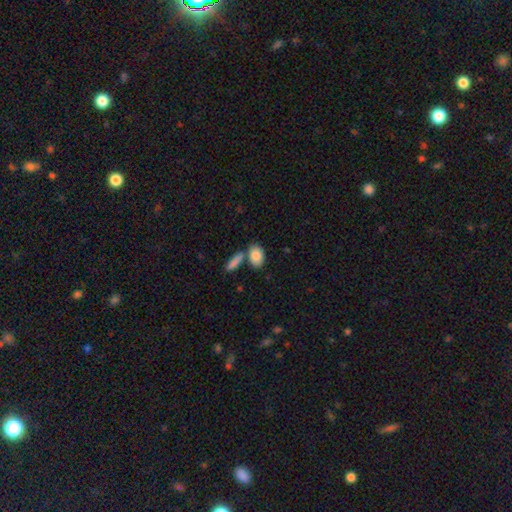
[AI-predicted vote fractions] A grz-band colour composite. It shows a smooth galaxy with no disk features (85%) that is in between round and cigar-shaped (88%). Merging: none (62%).